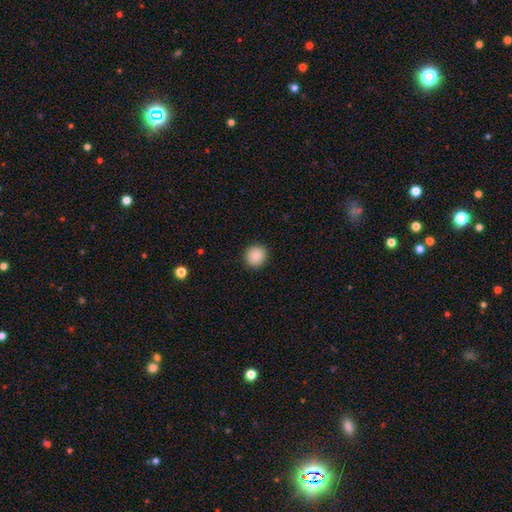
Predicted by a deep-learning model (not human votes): The model was most divided on "smooth or featured": smooth: 89%, star or artifact: 8%, featured or disk: 3%. More confident: merging — none (91%); how rounded — round (91%).